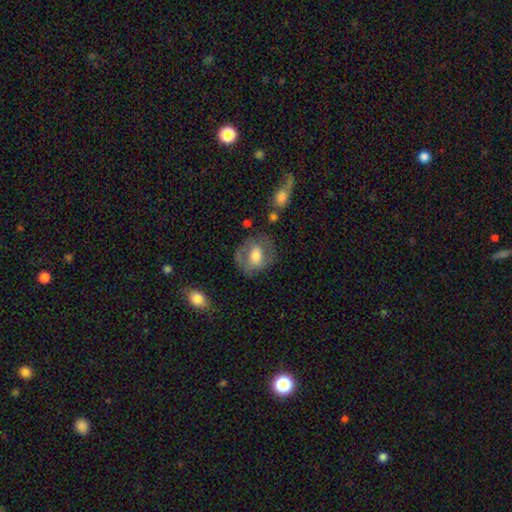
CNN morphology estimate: Overall: smooth (48%; featured or disk 45%). Merging: none (66%).